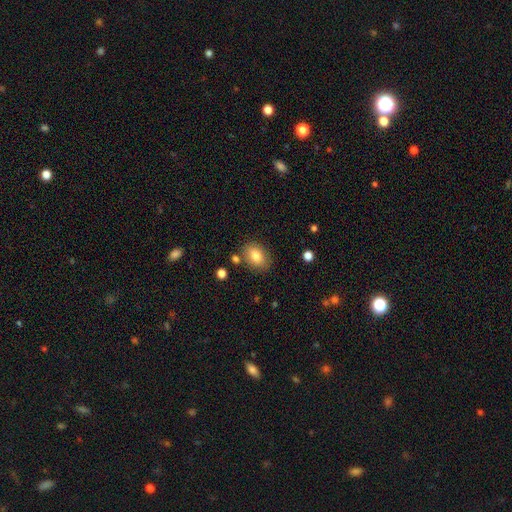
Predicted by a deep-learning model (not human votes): This appears to be a smooth galaxy with no disk features (83%) that is in between round and cigar-shaped (74%). Merging: none (80%).